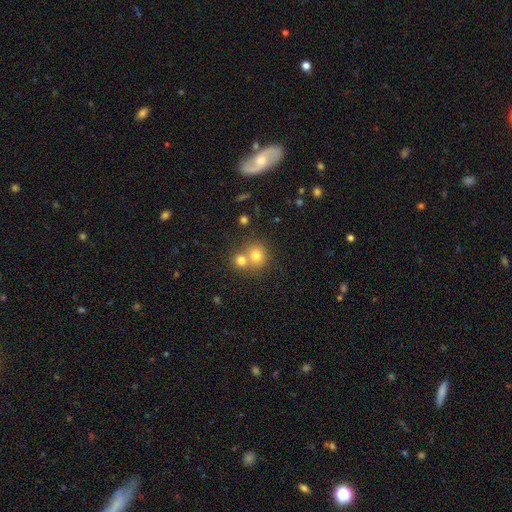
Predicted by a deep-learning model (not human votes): smooth-or-featured: smooth: 73% | star or artifact: 14% | featured or disk: 13%
  how-rounded: round: 83% | in between: 17% | cigar-shaped: 1%
  merging: merger: 50% | none: 42% | minor disturbance: 6% | major disturbance: 2%